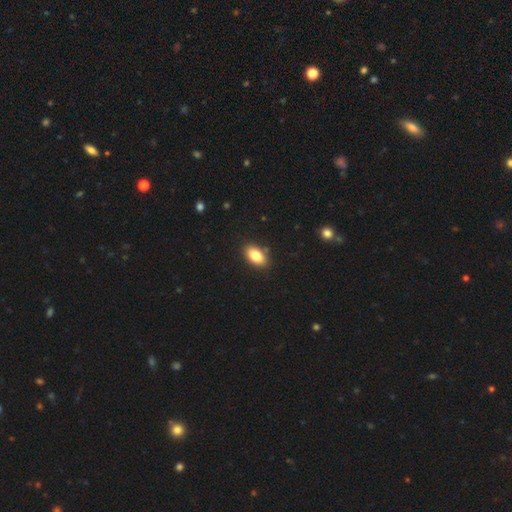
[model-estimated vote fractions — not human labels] Q: Smooth or featured?
A: smooth (84%); runner-up: featured or disk (8%)
Q: How rounded?
A: in between (92%); runner-up: round (5%)
Q: Merging?
A: none (87%); runner-up: minor disturbance (9%)